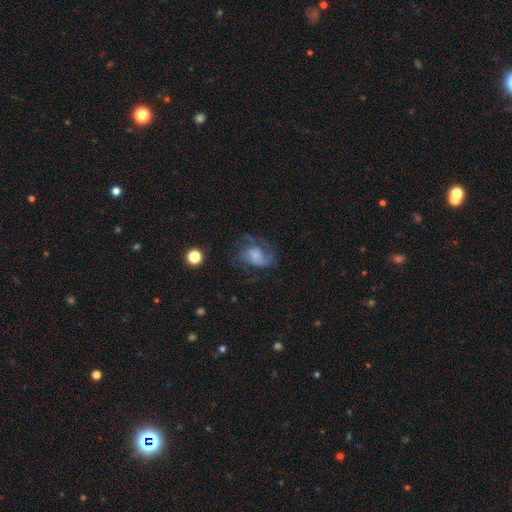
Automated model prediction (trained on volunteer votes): A featured or disk galaxy (58%) with no bar (71%), spiral arms (81%) and no central bulge (29%).

Vote fractions:
- Smooth or featured? featured or disk: 58% / smooth: 32% / star or artifact: 11%
- Edge-on disk? no: 97% / yes: 3%
- Bar? no: 71% / weak: 25% / strong: 4%
- Spiral arms? yes: 81% / no: 19%
- Bulge size? none: 29% / small: 28% / moderate: 25% / large: 15% / dominant: 3%
- Merging? none: 43% / major disturbance: 32% / minor disturbance: 22% / merger: 3%